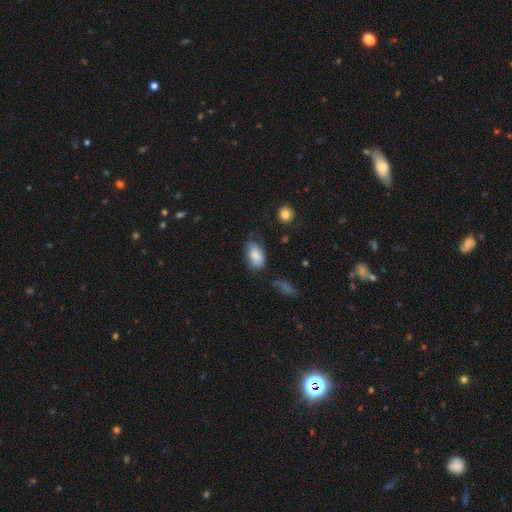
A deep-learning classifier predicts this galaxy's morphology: smooth 80%, featured or disk 12%, star or artifact 7%. Down the decision tree: how rounded — in between (93%); merging — none (53%).